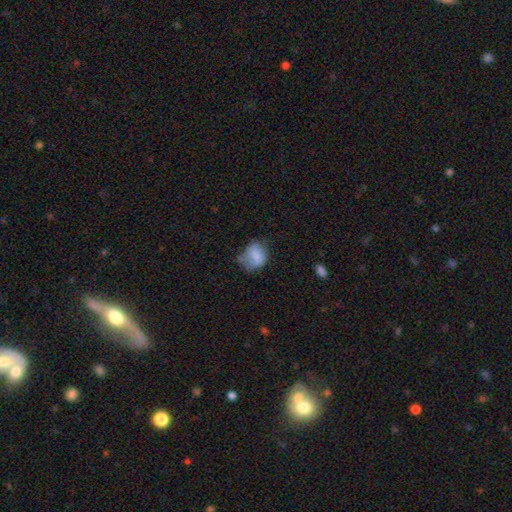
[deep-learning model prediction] The model was most divided on "how rounded": in between: 50%, round: 49%, cigar-shaped: 1%. Remaining: smooth or featured — smooth (75%); merging — none (45%).